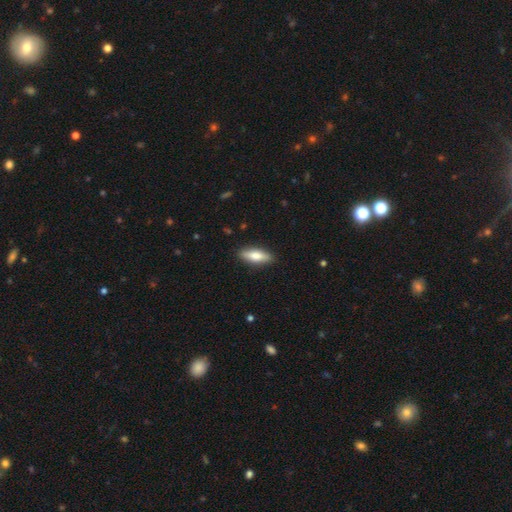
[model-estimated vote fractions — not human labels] smooth-or-featured: smooth: 78% | featured or disk: 17% | star or artifact: 6%
  how-rounded: in between: 65% | cigar-shaped: 33% | round: 2%
  merging: none: 88% | minor disturbance: 9% | major disturbance: 2% | merger: 1%